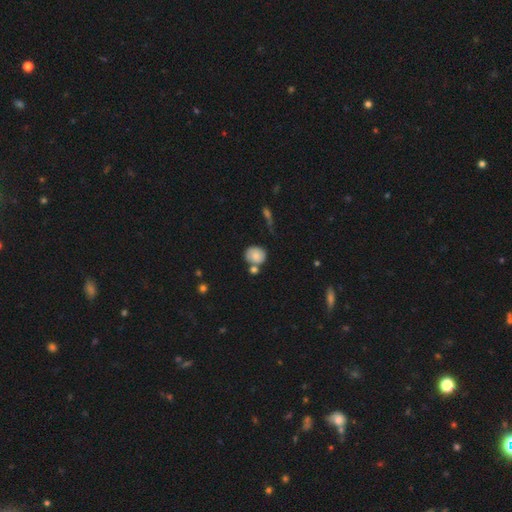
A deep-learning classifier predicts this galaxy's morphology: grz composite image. It shows a smooth galaxy with no disk features (74%) that is round (73%). Merging: none (52%).